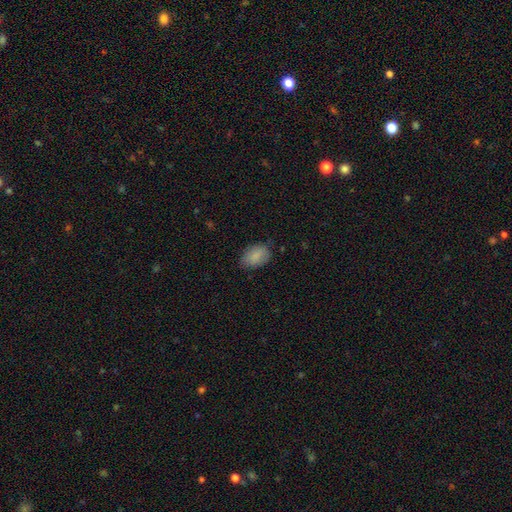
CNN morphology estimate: This is clearly a smooth galaxy (87%). How rounded: clearly in between (88%). Merging: likely none (74%).